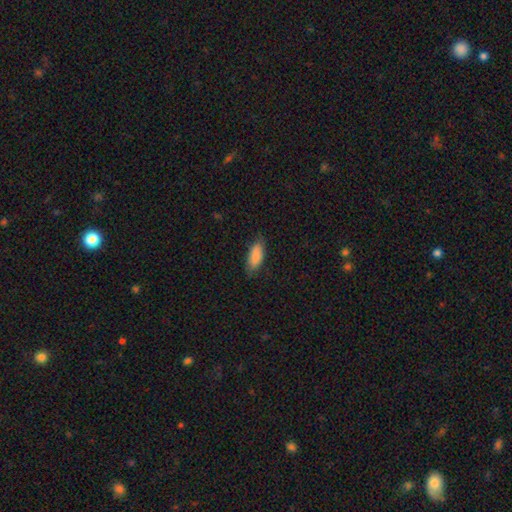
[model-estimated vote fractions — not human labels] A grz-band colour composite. It shows a smooth galaxy with no disk features (87%) that is in between round and cigar-shaped (80%). Merging: none (77%).